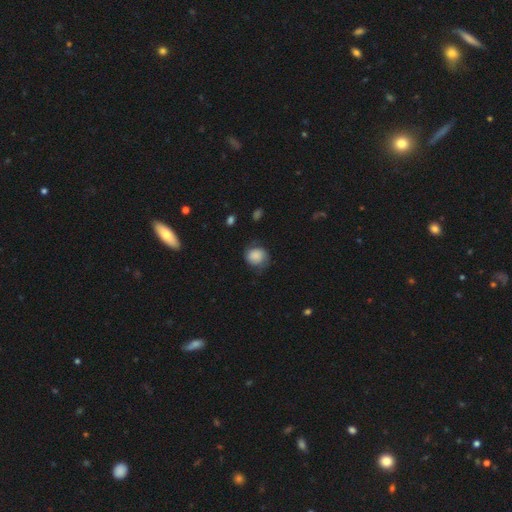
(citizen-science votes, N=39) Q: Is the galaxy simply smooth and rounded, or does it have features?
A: smooth — 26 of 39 (67%).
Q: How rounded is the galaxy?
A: round — 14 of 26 (54%).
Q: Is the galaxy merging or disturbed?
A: none — 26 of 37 (70%).